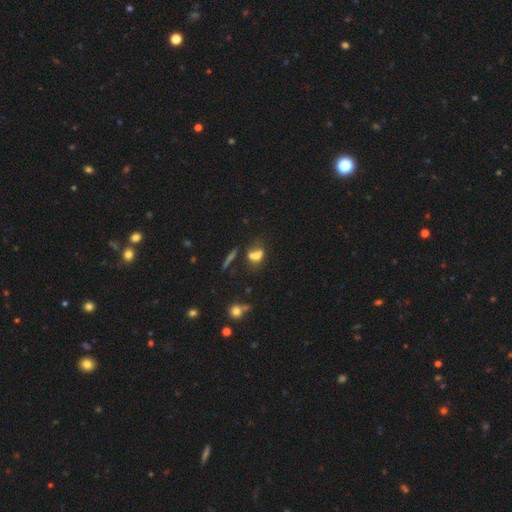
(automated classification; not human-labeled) This is likely a smooth galaxy (60%). How rounded: possibly in between (58%). Merging: possibly merger (51%).